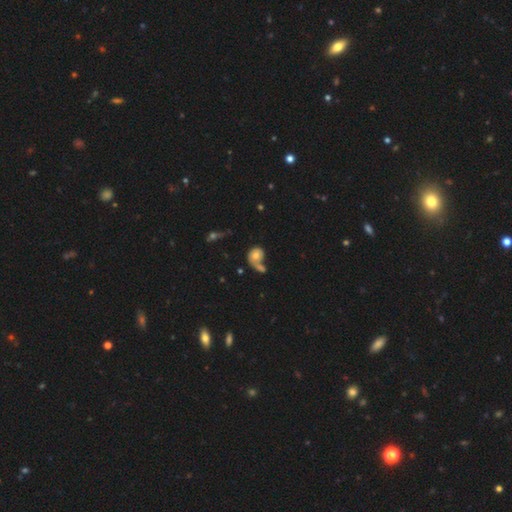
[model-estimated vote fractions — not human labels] smooth-or-featured: smooth: 59% | featured or disk: 32% | star or artifact: 9%
  how-rounded: round: 62% | in between: 36% | cigar-shaped: 2%
  merging: merger: 42% | none: 29% | major disturbance: 15% | minor disturbance: 13%